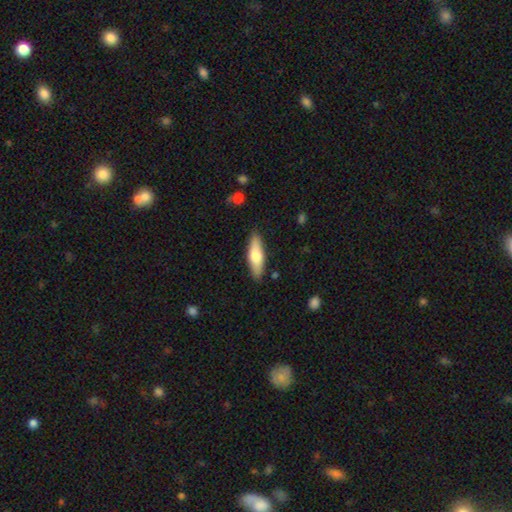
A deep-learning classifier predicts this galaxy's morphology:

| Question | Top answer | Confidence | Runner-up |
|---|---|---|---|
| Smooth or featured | smooth | 64% | featured or disk (31%) |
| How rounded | cigar-shaped | 53% | in between (45%) |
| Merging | none | 87% | minor disturbance (9%) |